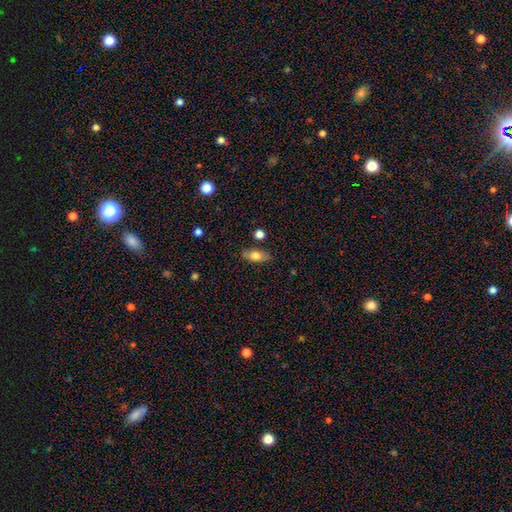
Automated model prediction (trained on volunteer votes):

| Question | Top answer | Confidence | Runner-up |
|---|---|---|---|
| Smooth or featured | smooth | 72% | featured or disk (20%) |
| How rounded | in between | 86% | cigar-shaped (8%) |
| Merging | none | 79% | minor disturbance (15%) |